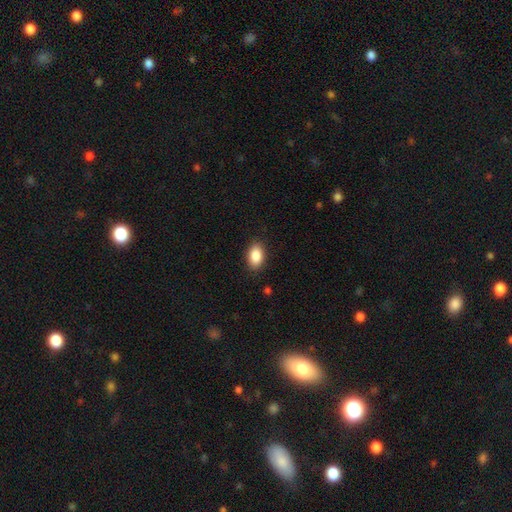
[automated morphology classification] type=smooth (87%); roundness=in between (90%); merging=none (88%).